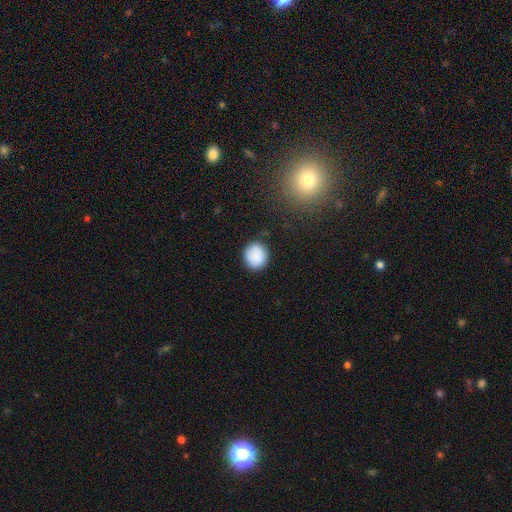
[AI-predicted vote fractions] The model was most divided on "how rounded": round: 85%, in between: 15%, cigar-shaped: 1%. More confident: smooth or featured — smooth (87%); merging — none (86%).